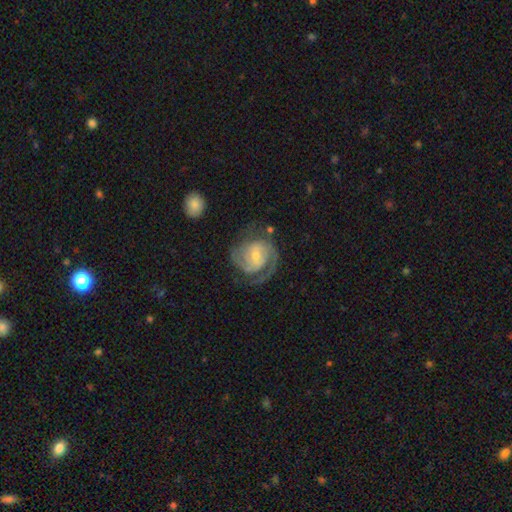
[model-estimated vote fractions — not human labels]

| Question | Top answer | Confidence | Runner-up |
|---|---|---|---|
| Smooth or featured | featured or disk | 88% | smooth (8%) |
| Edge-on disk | no | 98% | yes (2%) |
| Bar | no | 52% | weak (39%) |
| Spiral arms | yes | 97% | no (3%) |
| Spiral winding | tight | 52% | medium (38%) |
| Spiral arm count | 2 | 64% | 3 (13%) |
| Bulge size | small | 57% | moderate (37%) |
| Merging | none | 67% | minor disturbance (18%) |